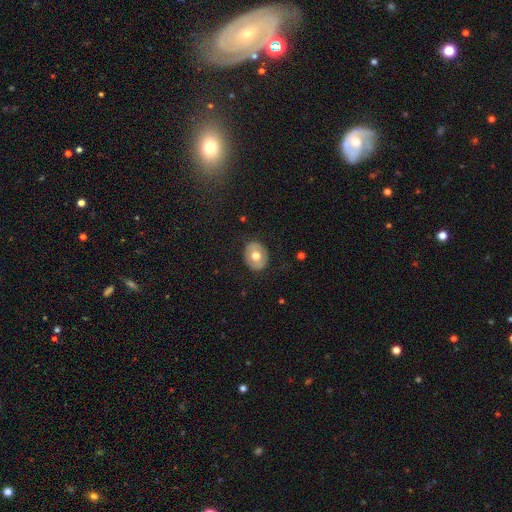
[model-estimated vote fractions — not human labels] Smooth or featured? smooth (60%)
How rounded? round (53%)
Merging? none (84%)